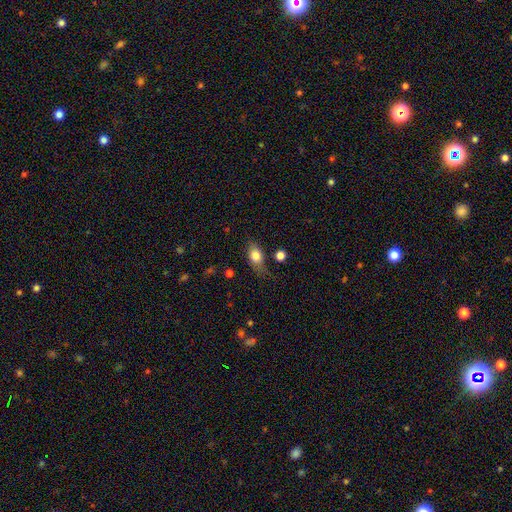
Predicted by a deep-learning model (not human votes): This appears to be a smooth galaxy with no disk features (79%) that is in between round and cigar-shaped (76%). Merging: none (62%).